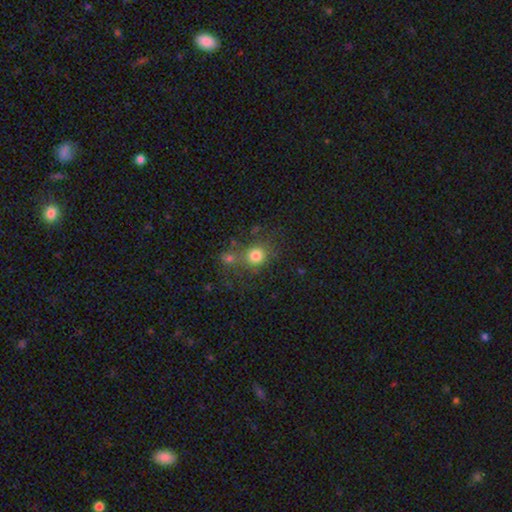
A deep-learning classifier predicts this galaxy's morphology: smooth 79%, star or artifact 13%, featured or disk 8%. Down the decision tree: how rounded — round (84%); merging — none (61%).